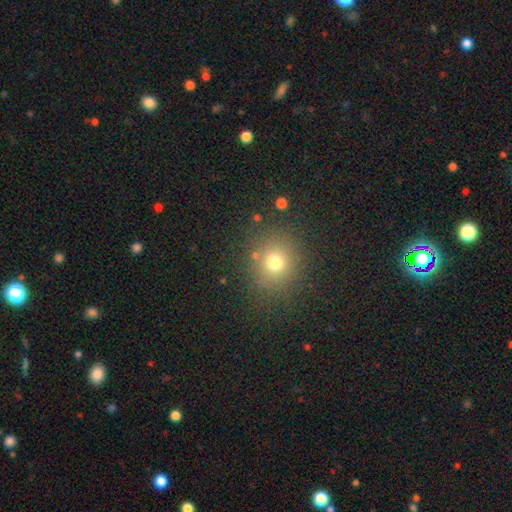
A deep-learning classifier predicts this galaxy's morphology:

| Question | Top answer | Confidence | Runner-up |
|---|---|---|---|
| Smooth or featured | smooth | 70% | star or artifact (21%) |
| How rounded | round | 81% | in between (17%) |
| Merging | none | 84% | minor disturbance (9%) |